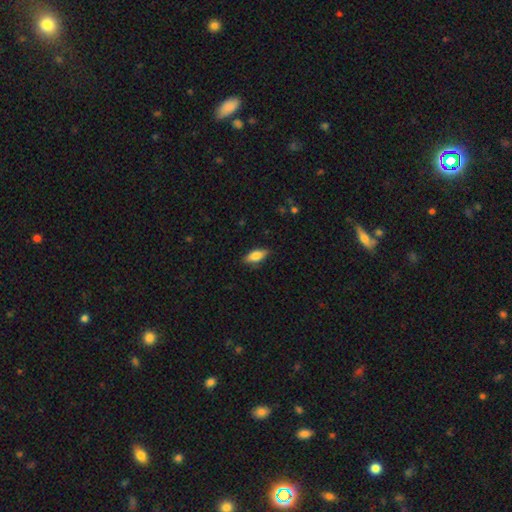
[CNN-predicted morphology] The model was most divided on "smooth or featured": smooth: 76%, featured or disk: 17%, star or artifact: 7%. More confident: merging — none (84%); how rounded — in between (79%).